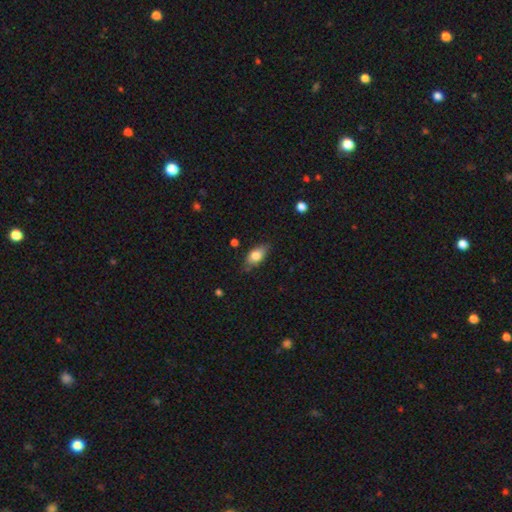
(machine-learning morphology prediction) Overall: smooth (73%). How rounded: in between (84%). Merging: none (74%).